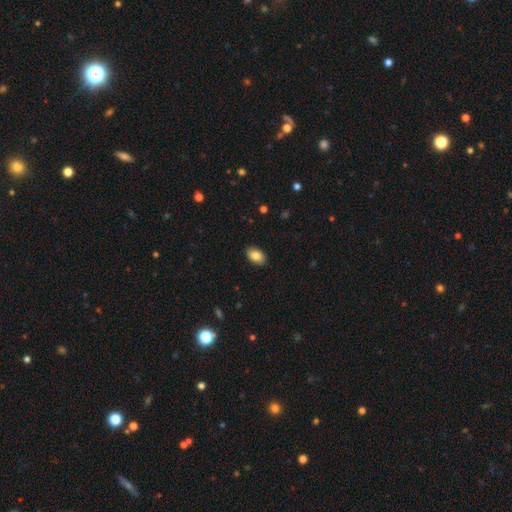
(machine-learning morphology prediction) A smooth galaxy with no disk features (85%) that is in between round and cigar-shaped (90%). Merging: none (89%).